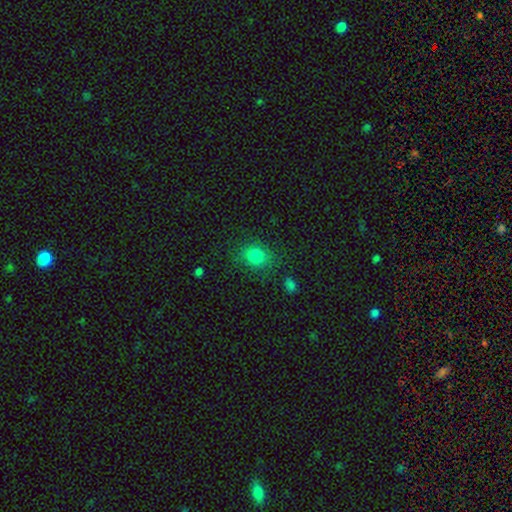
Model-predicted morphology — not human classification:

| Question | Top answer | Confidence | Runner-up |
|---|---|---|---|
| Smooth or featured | smooth | 82% | star or artifact (12%) |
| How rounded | round | 68% | in between (30%) |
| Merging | none | 80% | minor disturbance (13%) |